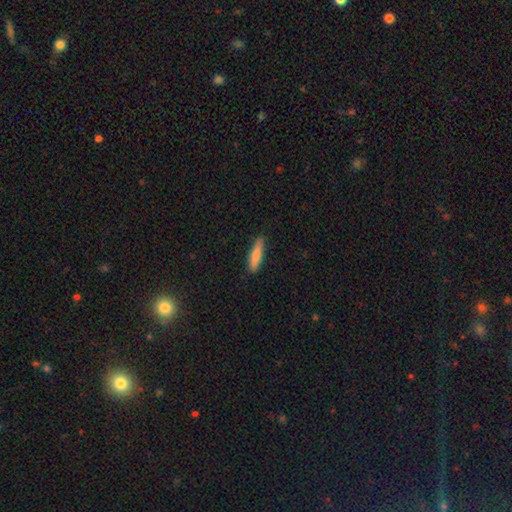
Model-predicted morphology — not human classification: smooth-or-featured: smooth: 78% | featured or disk: 16% | star or artifact: 6%
  how-rounded: cigar-shaped: 78% | in between: 20% | round: 2%
  merging: none: 84% | minor disturbance: 13% | major disturbance: 2% | merger: 1%